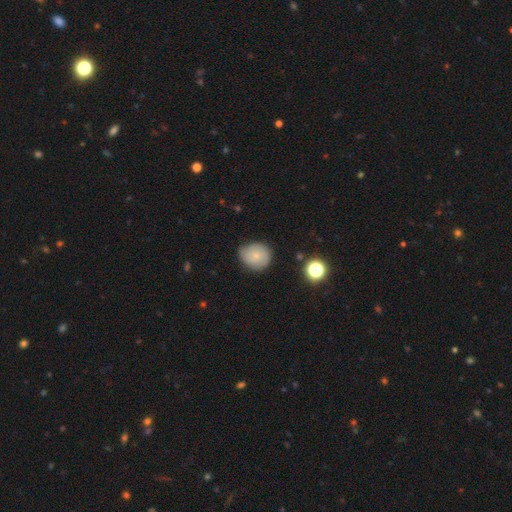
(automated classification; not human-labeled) Q: Smooth or featured?
A: smooth (69%); runner-up: featured or disk (21%)
Q: How rounded?
A: round (78%); runner-up: in between (22%)
Q: Merging?
A: none (69%); runner-up: minor disturbance (25%)